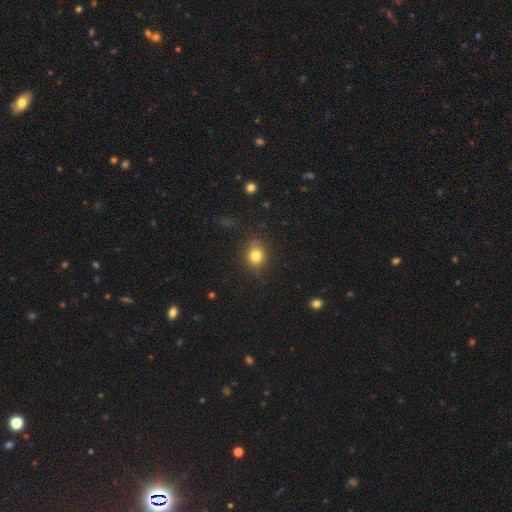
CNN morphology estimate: type=smooth (79%); roundness=round (61%); merging=none (73%).